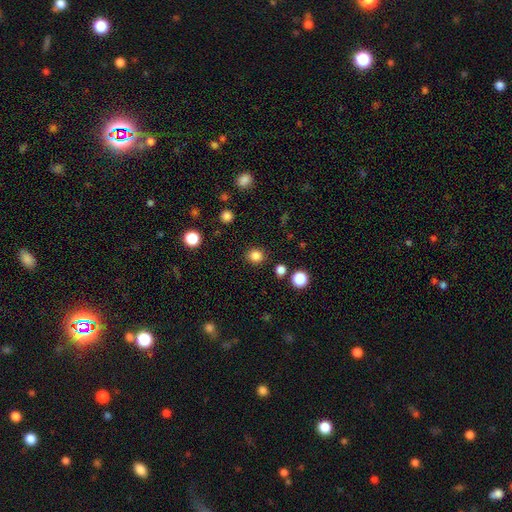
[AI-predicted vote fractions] Q: Smooth or featured?
A: smooth (83%); runner-up: star or artifact (13%)
Q: How rounded?
A: round (82%); runner-up: in between (17%)
Q: Merging?
A: none (88%); runner-up: minor disturbance (7%)